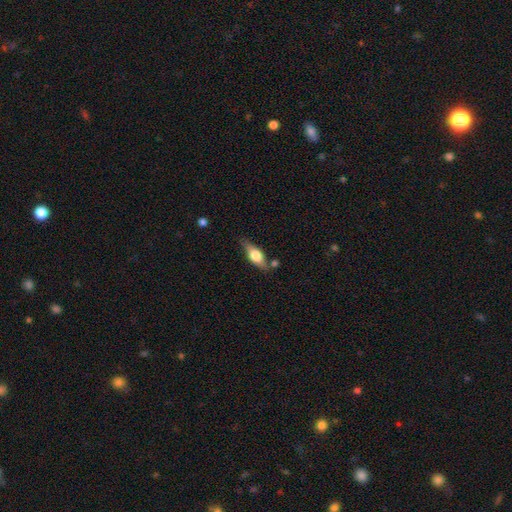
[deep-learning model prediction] The model was most divided on "smooth or featured": smooth: 53%, featured or disk: 41%, star or artifact: 7%. More confident: merging — none (70%); how rounded — in between (65%).